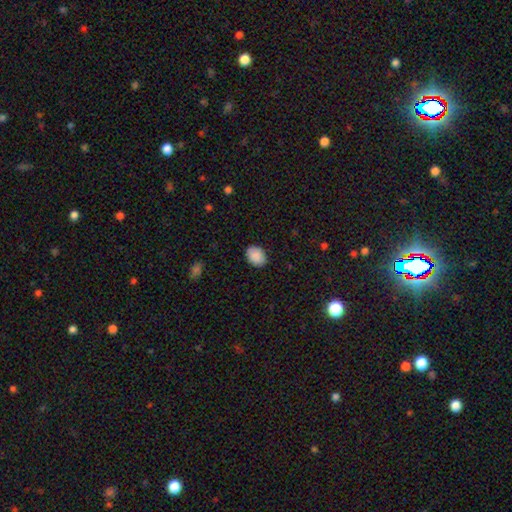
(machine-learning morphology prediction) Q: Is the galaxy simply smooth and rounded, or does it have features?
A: smooth — 89%.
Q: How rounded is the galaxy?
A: in between — 67%.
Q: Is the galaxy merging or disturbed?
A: none — 87%.